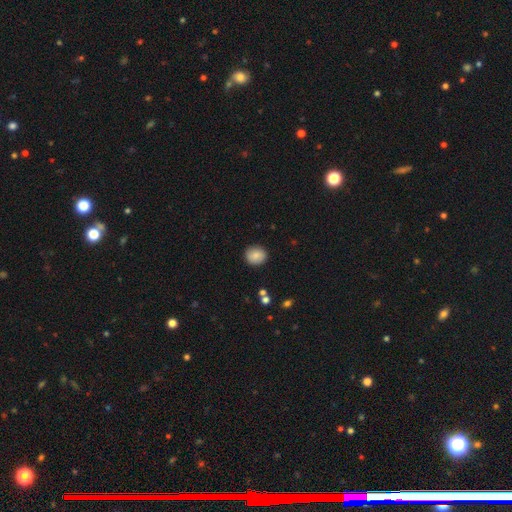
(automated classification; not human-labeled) Q: Smooth or featured?
A: smooth (84%); runner-up: star or artifact (8%)
Q: How rounded?
A: round (80%); runner-up: in between (19%)
Q: Merging?
A: none (89%); runner-up: minor disturbance (8%)